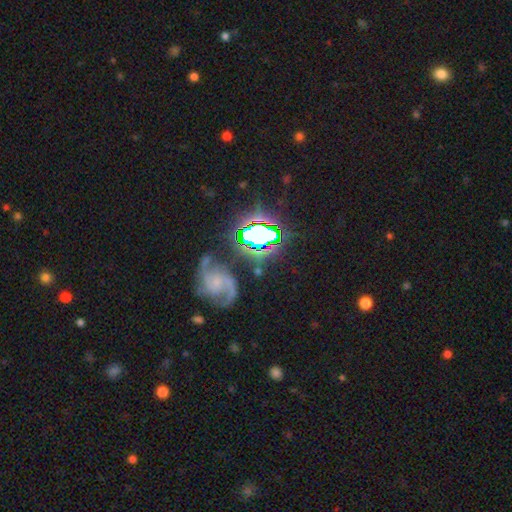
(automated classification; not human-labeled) smooth_or_featured: star or artifact (p=0.46) [alt: featured or disk p=0.39]